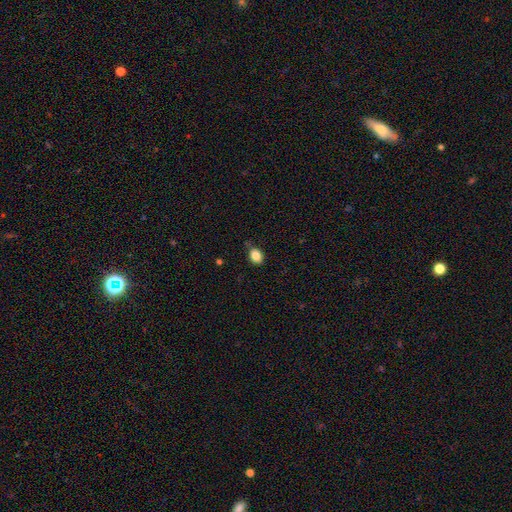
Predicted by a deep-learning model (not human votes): A smooth galaxy with no disk features (86%) that is in between round and cigar-shaped (60%).

Vote fractions:
- Smooth or featured? smooth: 86% / star or artifact: 10% / featured or disk: 5%
- How rounded? in between: 60% / round: 39% / cigar-shaped: 1%
- Merging? none: 70% / minor disturbance: 23% / major disturbance: 5% / merger: 2%